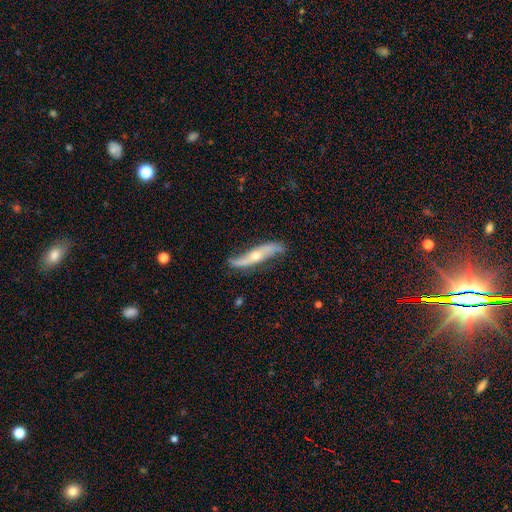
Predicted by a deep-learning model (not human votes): Morphology: type=featured or disk (80%); edge-on=no (65%); bar=no (64%); spiral arms=yes (91%); bulge=moderate (53%); merging=none (72%).